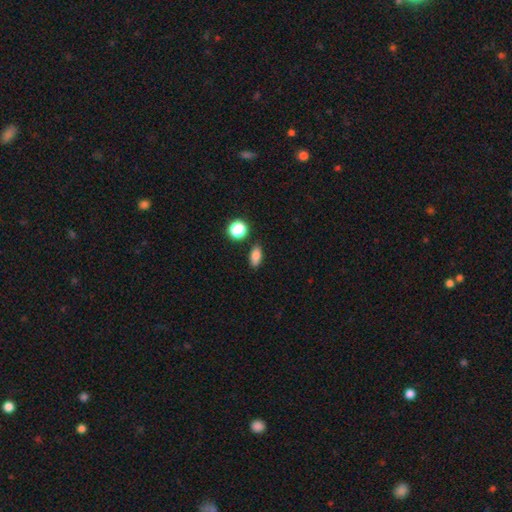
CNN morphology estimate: Smooth or featured? smooth (84%)
How rounded? in between (83%)
Merging? none (84%)